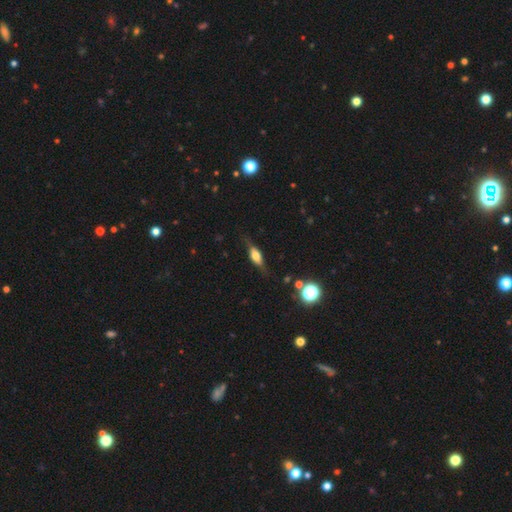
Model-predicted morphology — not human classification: A smooth galaxy with no disk features (49%).

Vote fractions:
- Smooth or featured? smooth: 49% / featured or disk: 42% / star or artifact: 9%
- Merging? none: 72% / minor disturbance: 20% / major disturbance: 7% / merger: 2%